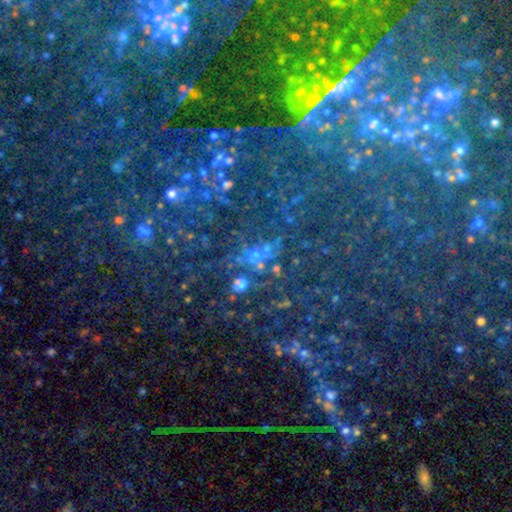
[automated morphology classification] This is likely a star or artifact rather than a galaxy (74%).